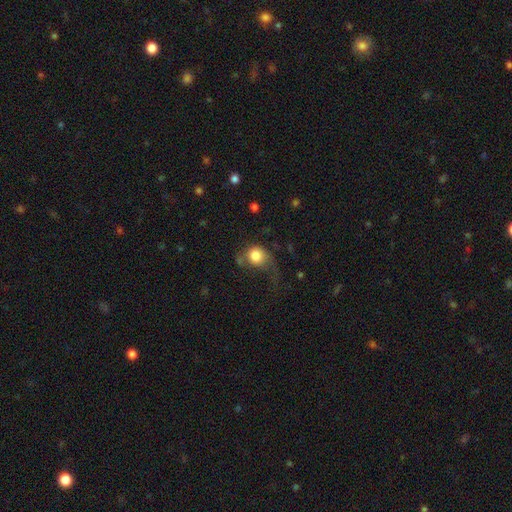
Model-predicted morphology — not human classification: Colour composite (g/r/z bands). It shows a smooth galaxy with no disk features (77%) that is round (73%). Merging: major disturbance (38%).